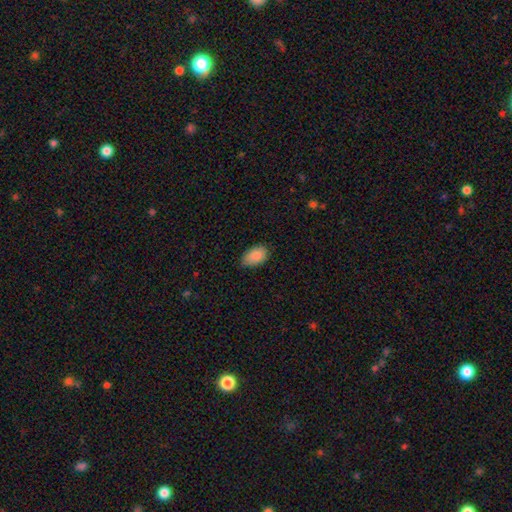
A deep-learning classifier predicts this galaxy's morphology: Overall: smooth (88%). How rounded: in between (92%). Merging: none (76%).